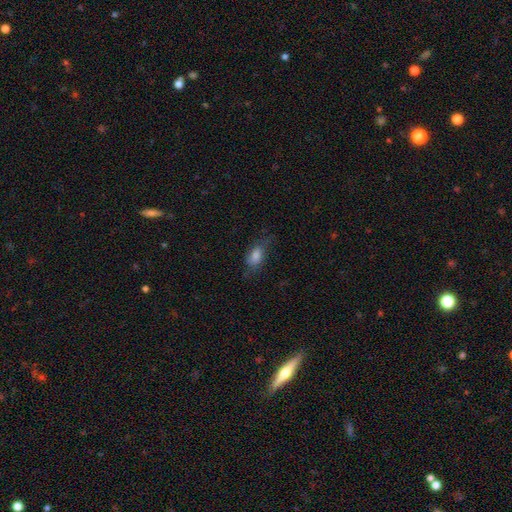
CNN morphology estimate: smooth-or-featured: smooth: 71% | featured or disk: 18% | star or artifact: 11%
  how-rounded: in between: 83% | cigar-shaped: 10% | round: 7%
  merging: none: 58% | minor disturbance: 26% | major disturbance: 15% | merger: 2%